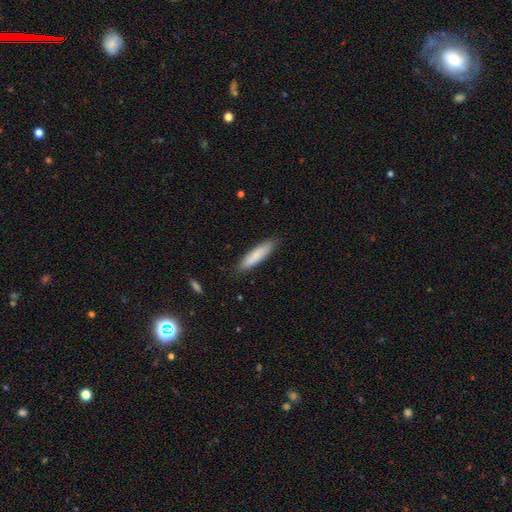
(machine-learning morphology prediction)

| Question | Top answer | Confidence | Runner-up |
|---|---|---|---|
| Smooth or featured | smooth | 83% | featured or disk (12%) |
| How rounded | cigar-shaped | 77% | in between (22%) |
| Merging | none | 86% | minor disturbance (11%) |